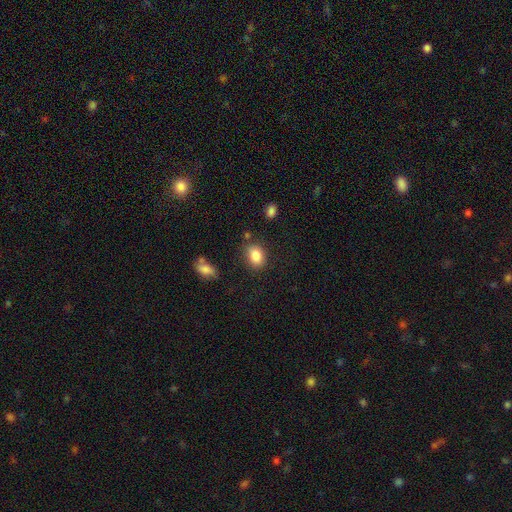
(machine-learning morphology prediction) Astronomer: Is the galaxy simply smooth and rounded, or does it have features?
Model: smooth — 85%.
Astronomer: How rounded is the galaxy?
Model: in between — 68%.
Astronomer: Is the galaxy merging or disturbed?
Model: none — 76%.